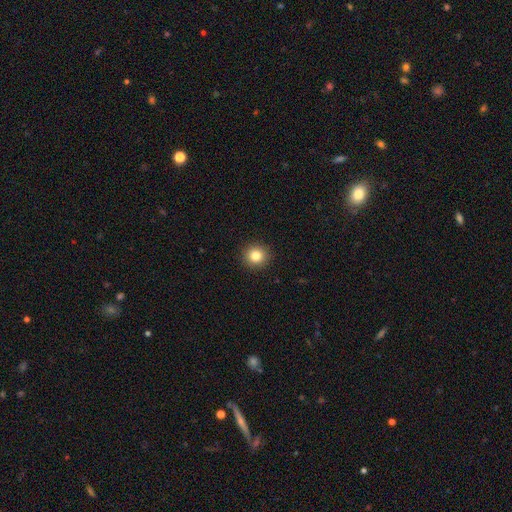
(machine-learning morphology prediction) Smooth or featured? Predicted: smooth (p=0.83). How rounded? Predicted: round (p=0.91). Merging? Predicted: none (p=0.92).